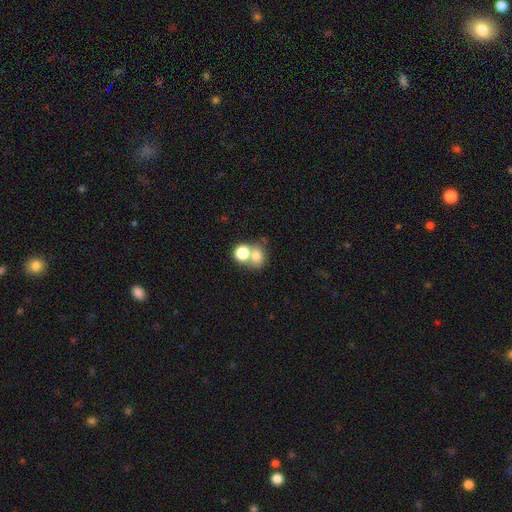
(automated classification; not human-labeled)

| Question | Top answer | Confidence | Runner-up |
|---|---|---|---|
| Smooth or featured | smooth | 75% | star or artifact (13%) |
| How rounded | round | 66% | in between (33%) |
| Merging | merger | 51% | none (38%) |